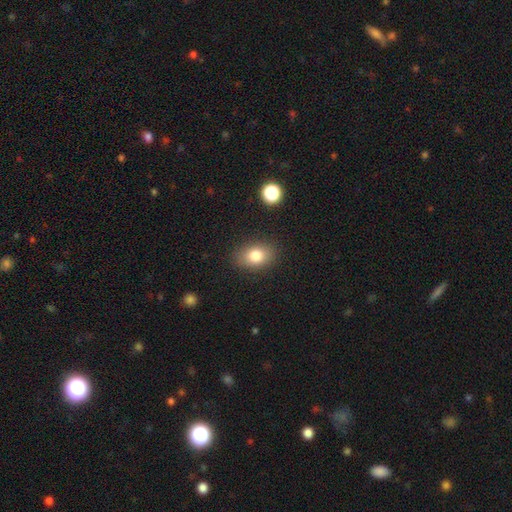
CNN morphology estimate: Overall: smooth (80%). How rounded: in between (76%). Merging: none (86%).